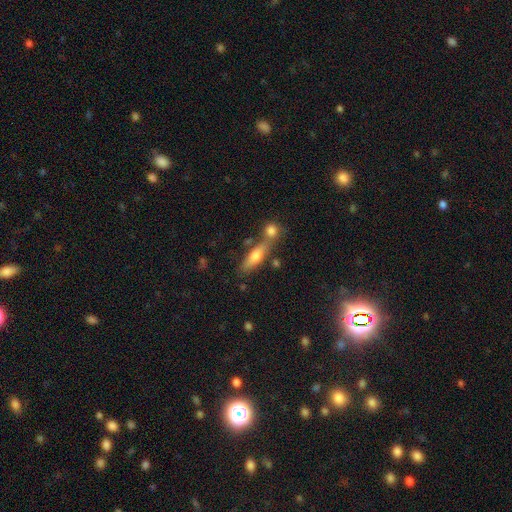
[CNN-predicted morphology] A smooth galaxy with no disk features (58%) that is cigar-shaped (64%). Merging: none (59%).